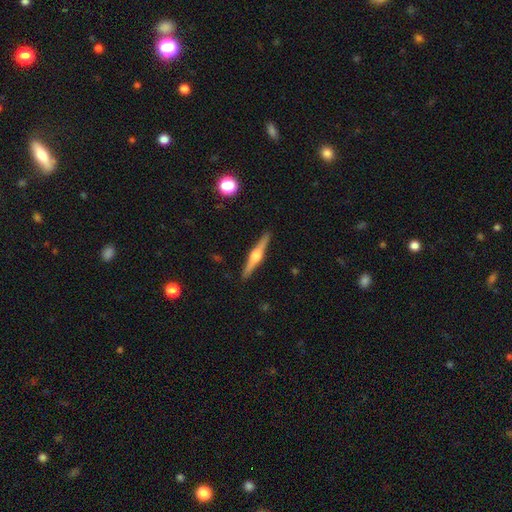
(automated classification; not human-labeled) The model was most divided on "smooth or featured": featured or disk: 75%, smooth: 20%, star or artifact: 6%. More confident: edge-on disk — yes (98%); merging — none (91%); edge-on bulge — rounded (90%).